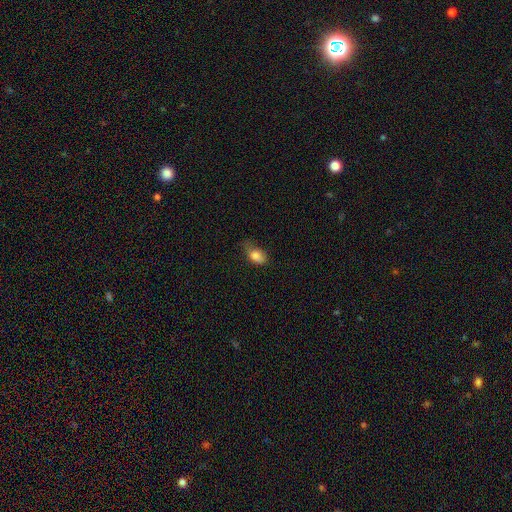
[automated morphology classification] Smooth or featured? Predicted: smooth (p=0.83). How rounded? Predicted: in between (p=0.86). Merging? Predicted: none (p=0.41).